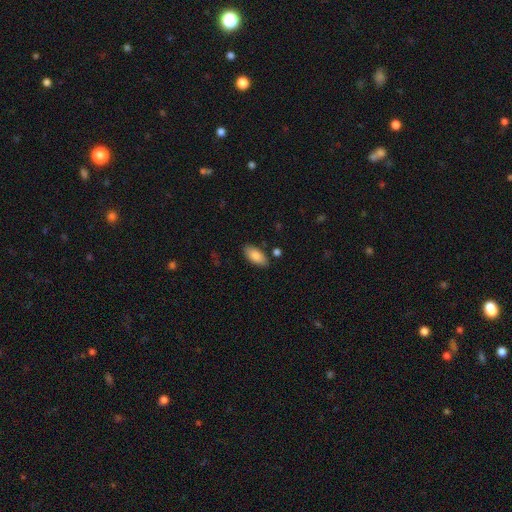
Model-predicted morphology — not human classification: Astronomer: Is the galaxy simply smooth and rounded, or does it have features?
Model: smooth — 85%.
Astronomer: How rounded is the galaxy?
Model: in between — 90%.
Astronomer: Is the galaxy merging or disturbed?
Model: none — 83%.